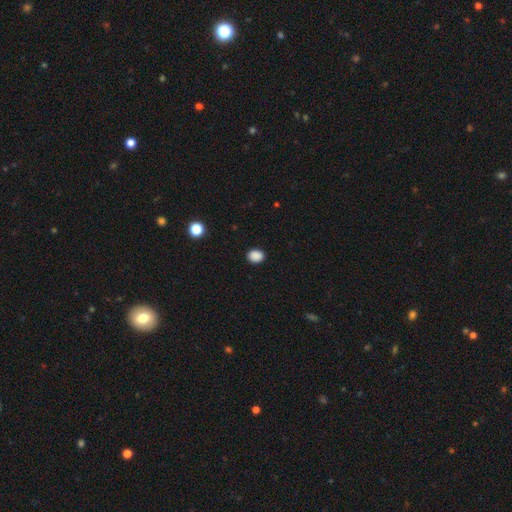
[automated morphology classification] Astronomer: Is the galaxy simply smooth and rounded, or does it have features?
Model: smooth — 88%.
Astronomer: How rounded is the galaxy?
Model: in between — 50% (runner-up: round, 49%).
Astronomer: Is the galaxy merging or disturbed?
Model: none — 90%.